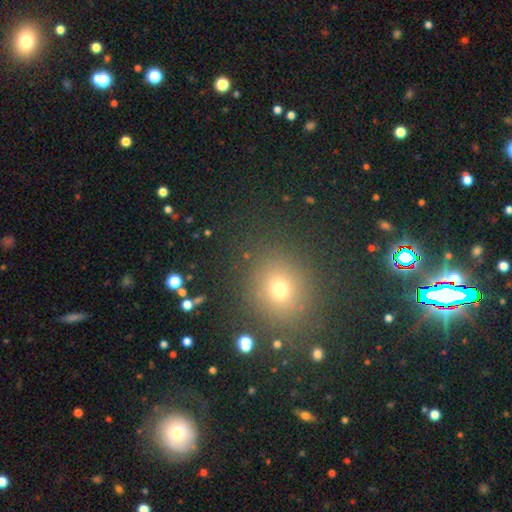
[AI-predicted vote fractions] Morphology: type=smooth (52%); roundness=round (76%); merging=none (87%).